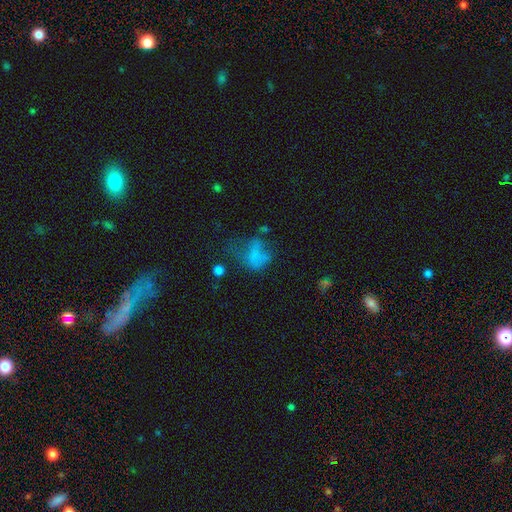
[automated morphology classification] This is possibly a smooth galaxy (58%). How rounded: likely in between (64%). Merging: marginally major disturbance (43%).